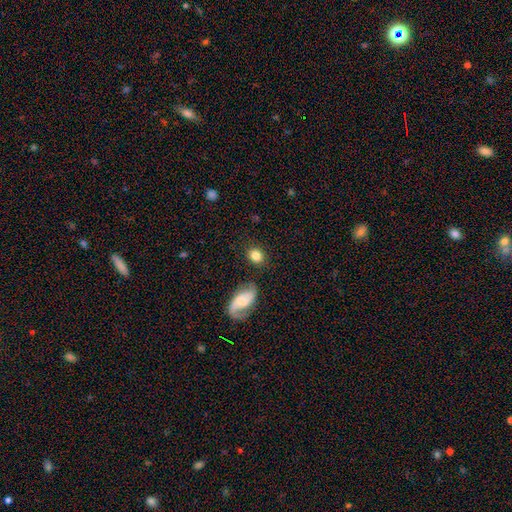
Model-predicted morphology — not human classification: This is likely a smooth galaxy (80%). How rounded: likely round (61%). Merging: clearly none (81%).